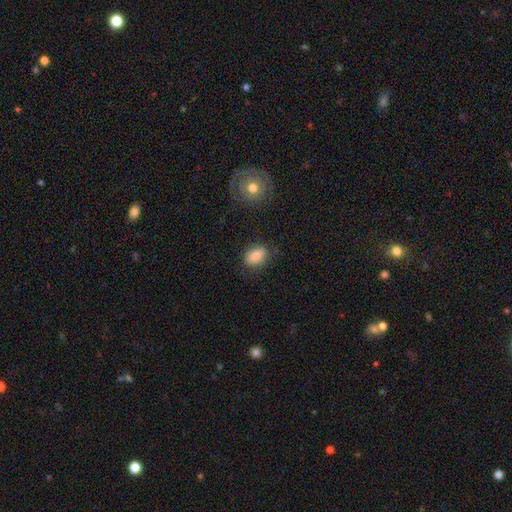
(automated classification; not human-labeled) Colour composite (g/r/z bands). It shows a smooth galaxy with no disk features (83%) that is in between round and cigar-shaped (81%). Merging: none (78%).